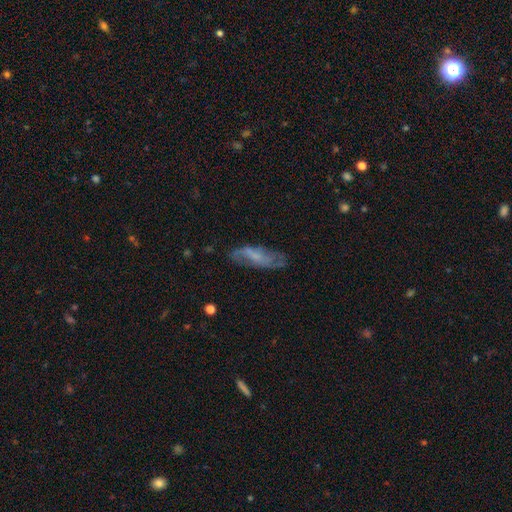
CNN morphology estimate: This is possibly a featured or disk galaxy (57%). It is clearly not viewed edge-on (82%). Merging: likely none (65%).